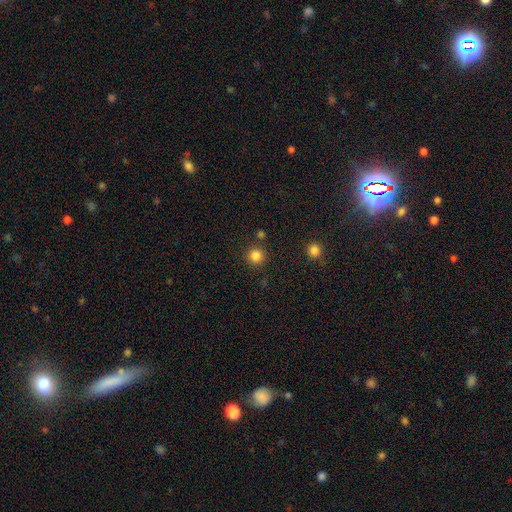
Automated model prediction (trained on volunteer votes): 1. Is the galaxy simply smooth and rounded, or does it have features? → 84% smooth, 12% star or artifact, 4% featured or disk.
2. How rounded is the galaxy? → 94% round, 5% in between, 1% cigar-shaped.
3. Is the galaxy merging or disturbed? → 87% none, 6% minor disturbance, 5% merger, 2% major disturbance.